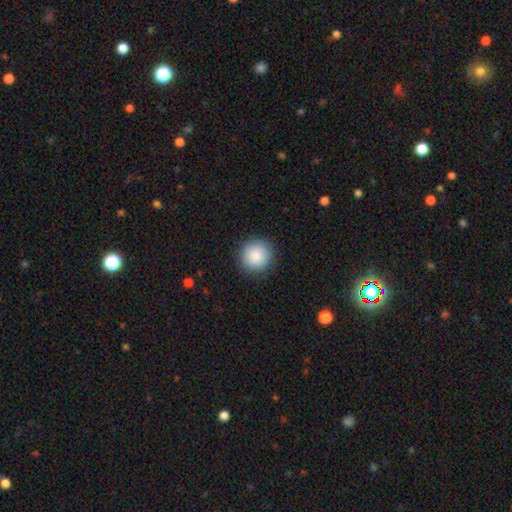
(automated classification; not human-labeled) Smooth or featured?
  - smooth: 88% *
  - star or artifact: 7%
  - featured or disk: 5%
How rounded?
  - round: 94% *
  - in between: 5%
  - cigar-shaped: 1%
Merging?
  - none: 90% *
  - minor disturbance: 7%
  - major disturbance: 2%
  - merger: 1%